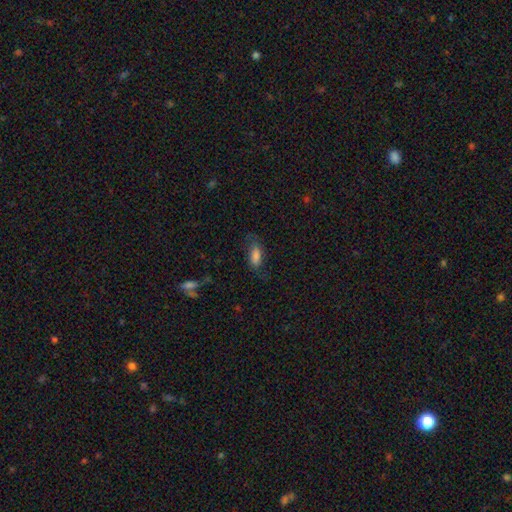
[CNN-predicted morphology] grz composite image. It shows a smooth galaxy with no disk features (74%) that is in between round and cigar-shaped (81%). Merging: none (60%).